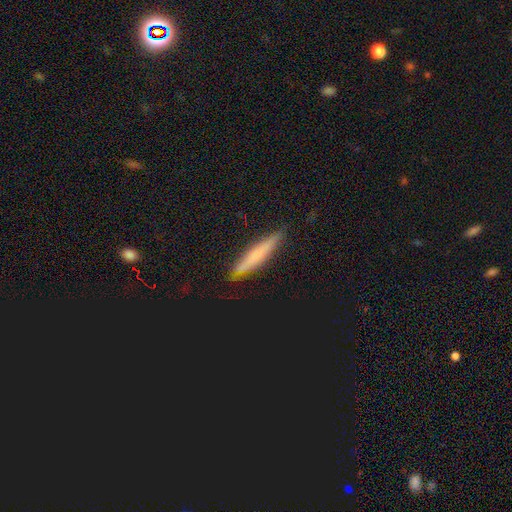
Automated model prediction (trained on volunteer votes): Smooth or featured? smooth (61%)
How rounded? cigar-shaped (91%)
Merging? none (83%)